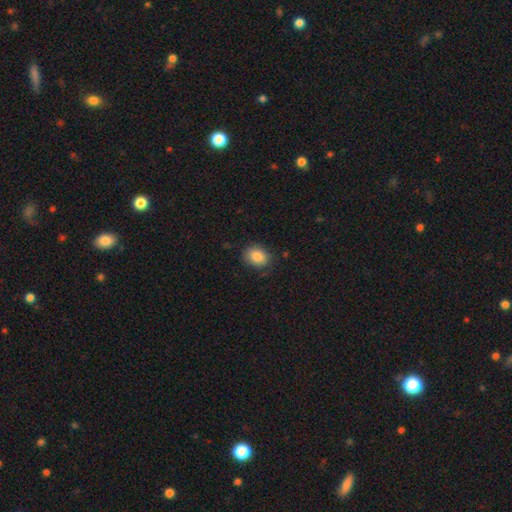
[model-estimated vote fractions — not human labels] Smooth or featured: smooth — 85% (star or artifact — 9%)
How rounded: in between — 57% (round — 42%)
Merging: none — 78% (minor disturbance — 17%)